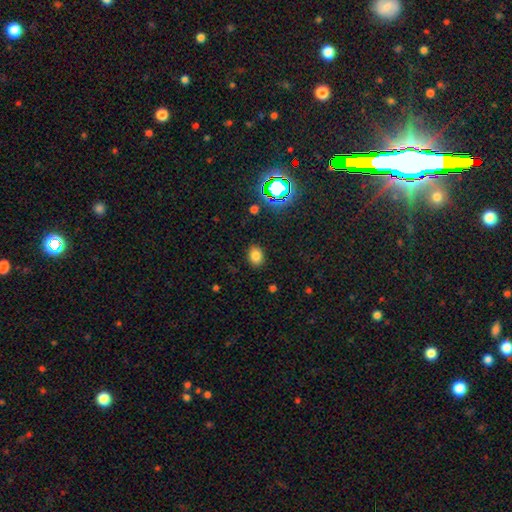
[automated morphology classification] Smooth or featured?
  - smooth: 79% *
  - star or artifact: 15%
  - featured or disk: 6%
How rounded?
  - in between: 63% *
  - round: 36%
  - cigar-shaped: 1%
Merging?
  - none: 87% *
  - minor disturbance: 9%
  - major disturbance: 3%
  - merger: 1%